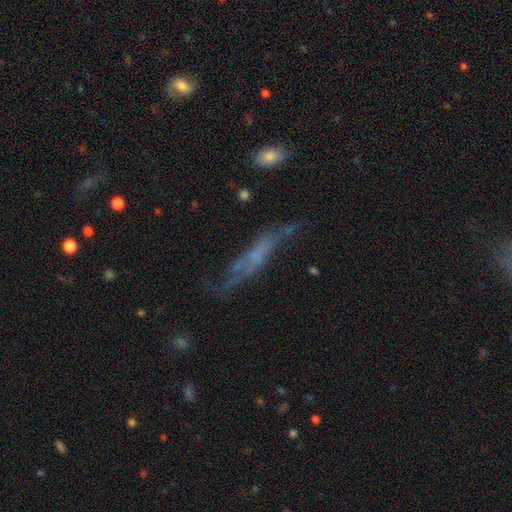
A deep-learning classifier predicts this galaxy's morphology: Smooth or featured: featured or disk — 52% (smooth — 34%)
Edge-on disk: yes — 50% (tied with no — 50%)
Merging: none — 49% (minor disturbance — 25%)